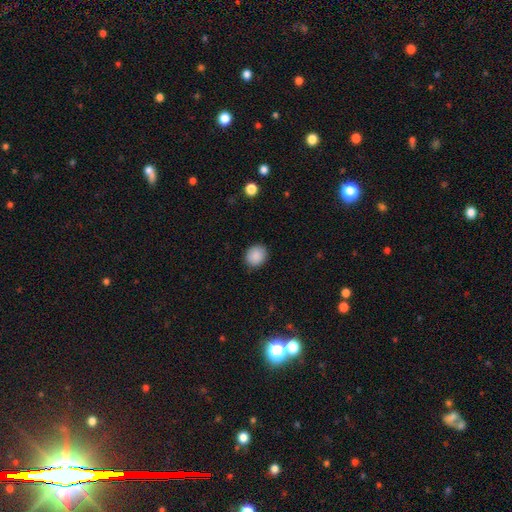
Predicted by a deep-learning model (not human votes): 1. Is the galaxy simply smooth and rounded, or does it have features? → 89% smooth, 8% star or artifact, 3% featured or disk.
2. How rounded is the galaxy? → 72% round, 27% in between, 1% cigar-shaped.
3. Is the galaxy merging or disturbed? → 87% none, 9% minor disturbance, 2% major disturbance, 1% merger.